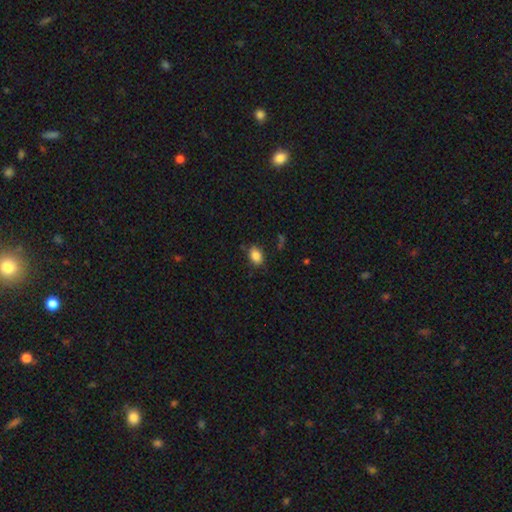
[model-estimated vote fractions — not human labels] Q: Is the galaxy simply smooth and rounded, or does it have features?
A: smooth — 86%.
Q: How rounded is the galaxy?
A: in between — 85%.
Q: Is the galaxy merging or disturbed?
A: none — 80%.